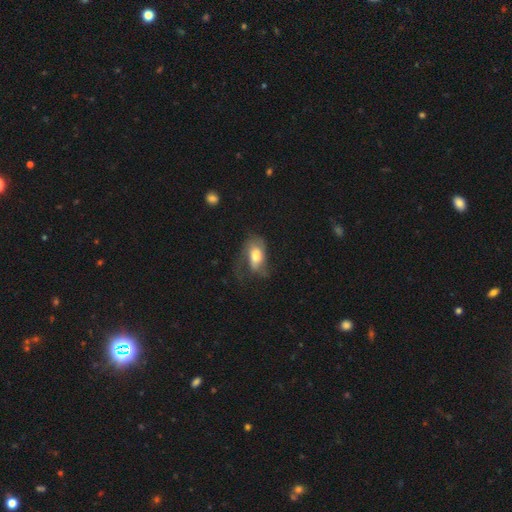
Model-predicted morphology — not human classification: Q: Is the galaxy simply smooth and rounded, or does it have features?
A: smooth — 53%.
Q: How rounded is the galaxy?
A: in between — 87%.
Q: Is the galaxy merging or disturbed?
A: major disturbance — 39%.